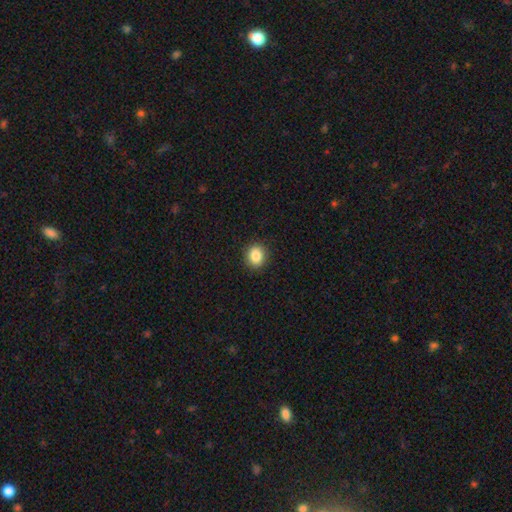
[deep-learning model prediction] The model was most divided on "how rounded": round: 70%, in between: 29%, cigar-shaped: 1%. More confident: merging — none (91%); smooth or featured — smooth (86%).